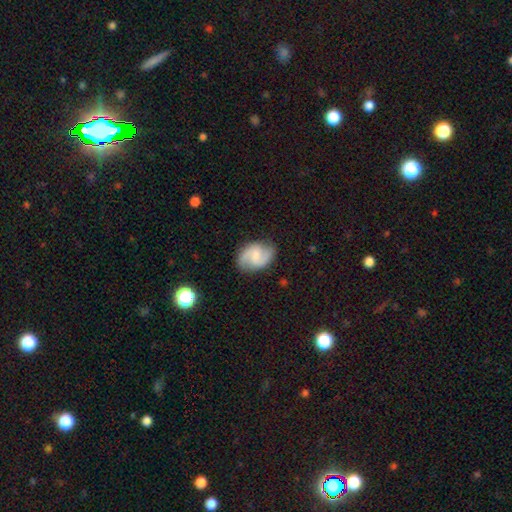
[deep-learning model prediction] This is likely a featured or disk galaxy (77%). It is clearly not viewed edge-on (98%). Bar: possibly weak (55%). Spiral arm pattern: clearly yes (95%). Spiral arm count: clearly 2 (92%). Spiral winding: possibly medium (50%). Central bulge: possibly small (46%). Merging: clearly none (81%).